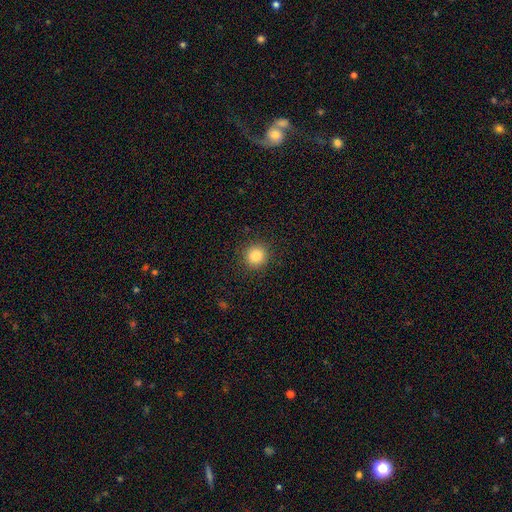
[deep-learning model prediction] smooth-or-featured: smooth: 83% | star or artifact: 11% | featured or disk: 5%
  how-rounded: round: 93% | in between: 6% | cigar-shaped: 1%
  merging: none: 91% | minor disturbance: 6% | major disturbance: 2% | merger: 1%